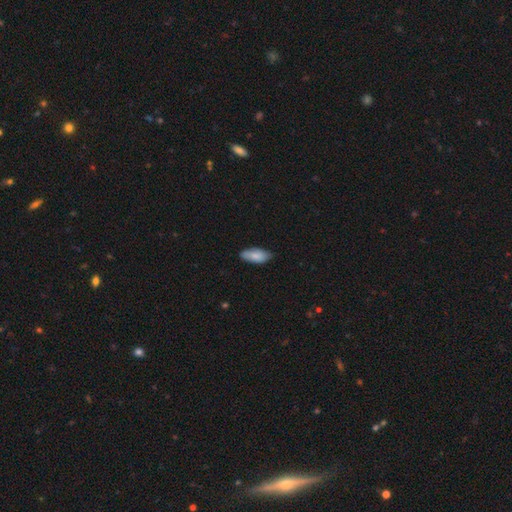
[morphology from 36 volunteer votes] Smooth or featured? smooth (83%)
How rounded? in between (93%)
Merging? none (80%)